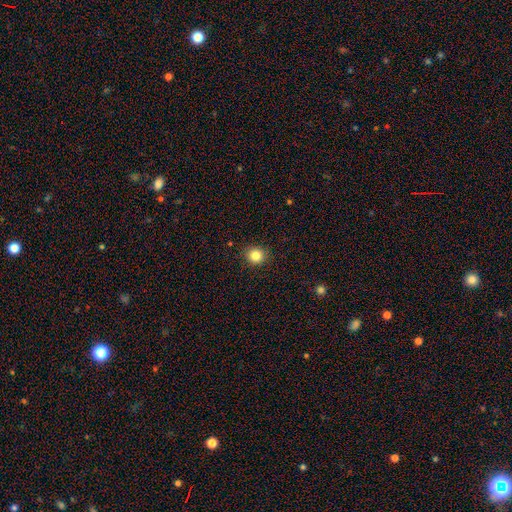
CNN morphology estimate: type=smooth (84%); roundness=round (87%); merging=none (90%).